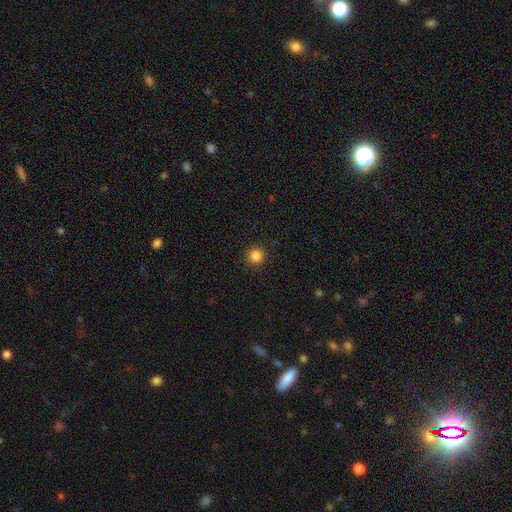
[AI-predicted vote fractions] A smooth galaxy with no disk features (85%) that is round (94%).

Vote fractions:
- Smooth or featured? smooth: 85% / star or artifact: 12% / featured or disk: 3%
- How rounded? round: 94% / in between: 5% / cigar-shaped: 1%
- Merging? none: 90% / minor disturbance: 7% / major disturbance: 2% / merger: 1%